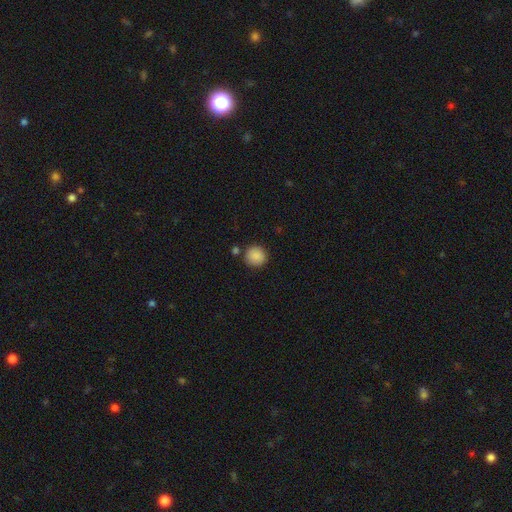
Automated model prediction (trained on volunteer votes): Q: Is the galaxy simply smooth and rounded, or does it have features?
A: smooth — 88%.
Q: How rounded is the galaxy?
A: round — 90%.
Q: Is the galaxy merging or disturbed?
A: none — 82%.